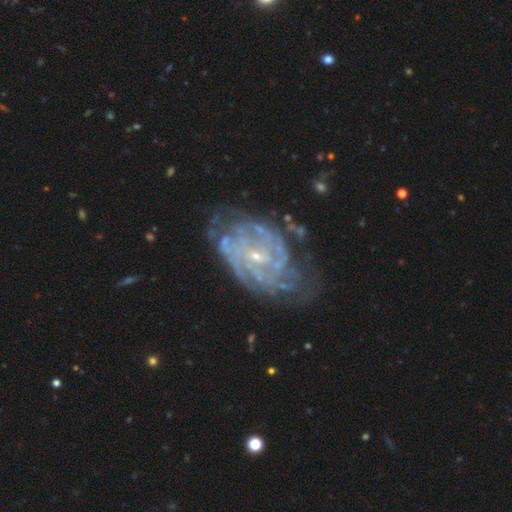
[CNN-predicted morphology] smooth_or_featured: featured or disk (p=0.88) [alt: star or artifact p=0.06]
disk_edge_on: no (p=0.97) [alt: yes p=0.03]
bar: no (p=0.45) [alt: weak p=0.41]
has_spiral_arms: yes (p=0.95) [alt: no p=0.05]
spiral_winding: tight (p=0.68) [alt: medium p=0.26]
spiral_arm_count: can't tell (p=0.35) [alt: 2 p=0.19]
bulge_size: small (p=0.79) [alt: moderate p=0.16]
merging: none (p=0.62) [alt: minor disturbance p=0.23]